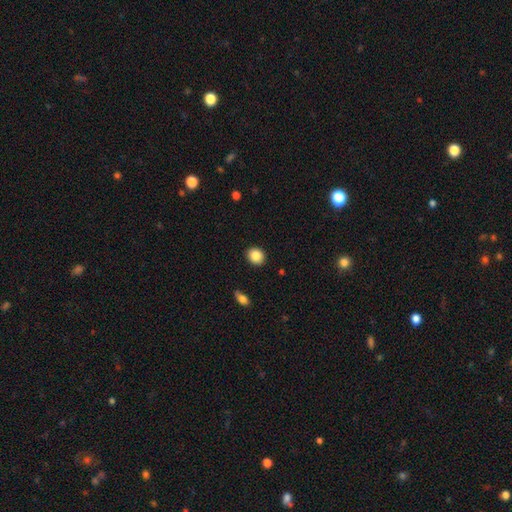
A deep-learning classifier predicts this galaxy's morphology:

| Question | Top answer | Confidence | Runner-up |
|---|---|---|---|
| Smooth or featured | smooth | 87% | star or artifact (9%) |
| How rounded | round | 72% | in between (27%) |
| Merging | none | 90% | minor disturbance (7%) |